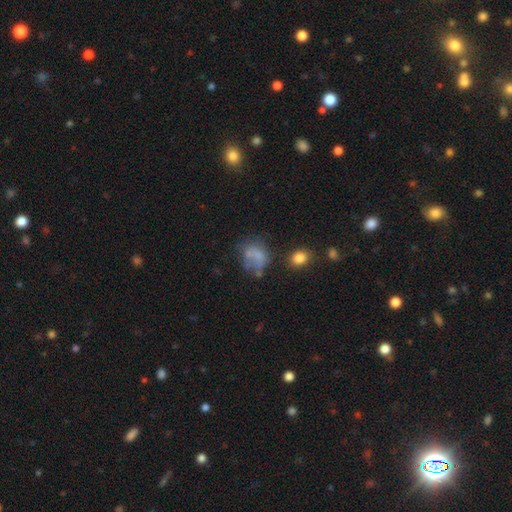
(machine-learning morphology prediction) smooth 57%, featured or disk 29%, star or artifact 14%. Down the decision tree: how rounded — in between (57%); merging — none (34%).